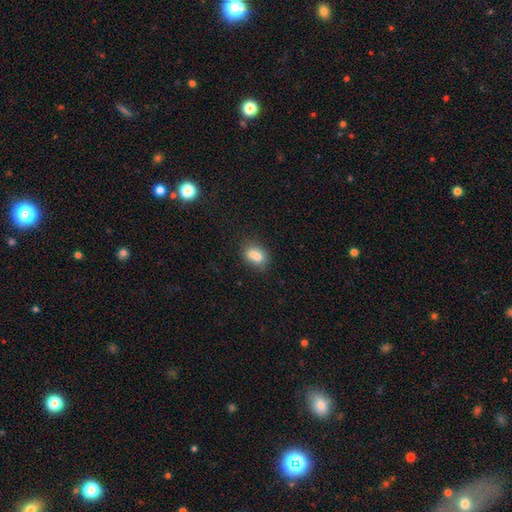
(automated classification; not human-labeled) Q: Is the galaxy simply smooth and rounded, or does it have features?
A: smooth — 72%.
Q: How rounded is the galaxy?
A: in between — 60%.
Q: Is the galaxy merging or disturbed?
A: merger — 44%.